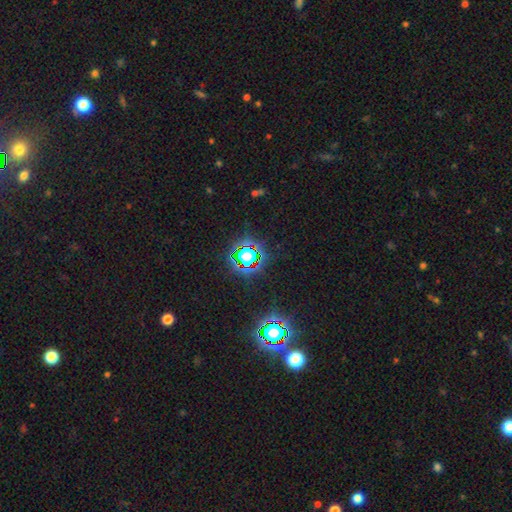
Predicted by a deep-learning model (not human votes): smooth-or-featured: star or artifact: 70% | smooth: 20% | featured or disk: 10%